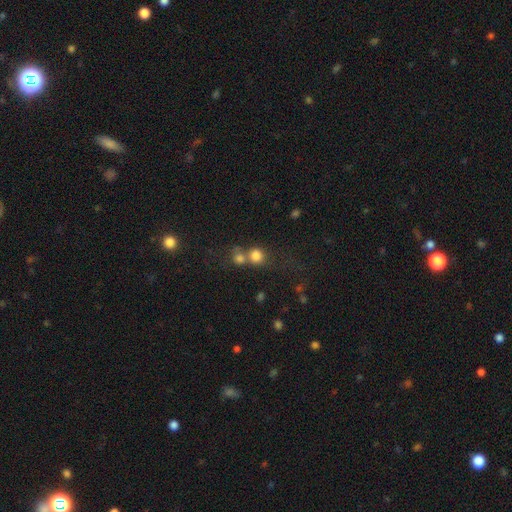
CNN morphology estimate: A smooth galaxy with no disk features (78%) that is round (81%). Merging: merger (50%).